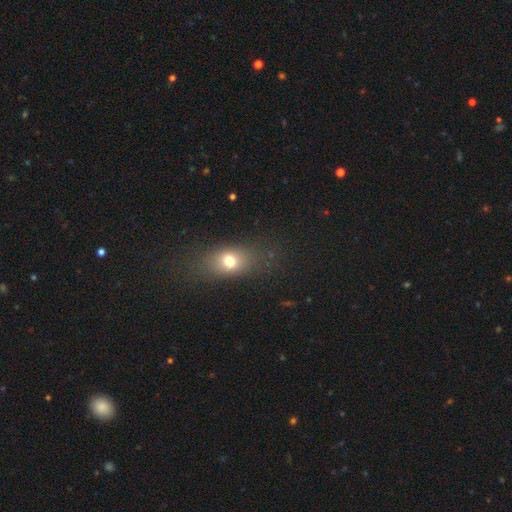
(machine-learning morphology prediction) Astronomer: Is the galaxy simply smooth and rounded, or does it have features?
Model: smooth — 61%.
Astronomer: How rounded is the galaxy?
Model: in between — 60%.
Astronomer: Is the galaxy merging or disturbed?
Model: none — 83%.